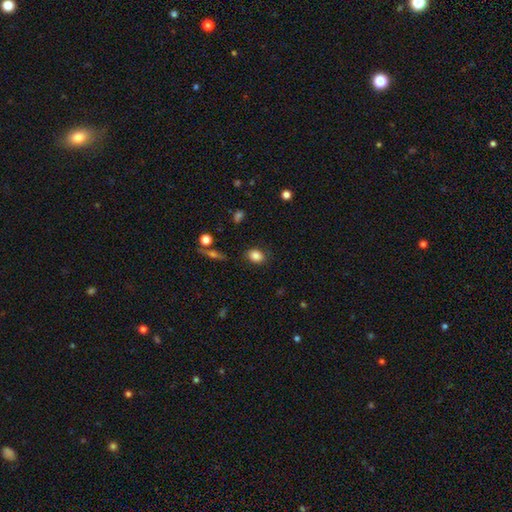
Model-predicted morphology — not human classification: Smooth or featured: smooth — 85% (star or artifact — 9%)
How rounded: in between — 54% (round — 45%)
Merging: none — 83% (minor disturbance — 12%)